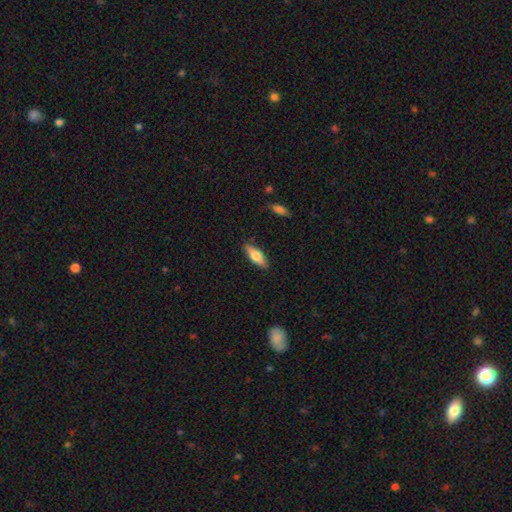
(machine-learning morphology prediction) smooth_or_featured: smooth (p=0.60) [alt: featured or disk p=0.33]
how_rounded: in between (p=0.56) [alt: cigar-shaped p=0.41]
merging: none (p=0.86) [alt: minor disturbance p=0.10]